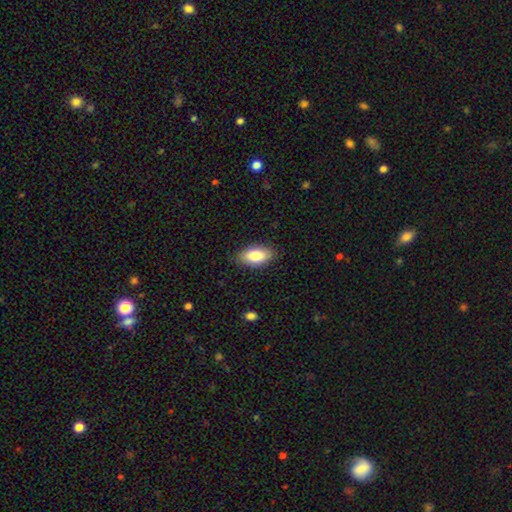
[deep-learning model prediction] smooth 80%, featured or disk 13%, star or artifact 7%. Down the decision tree: how rounded — in between (91%); merging — none (86%).